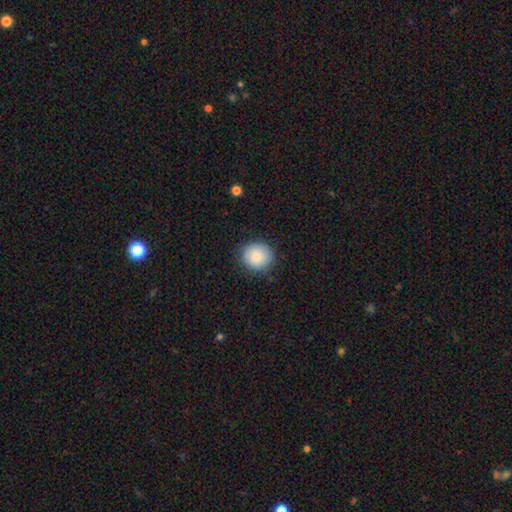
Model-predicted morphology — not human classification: smooth 84%, featured or disk 8%, star or artifact 8%. Down the decision tree: how rounded — round (82%); merging — none (83%).